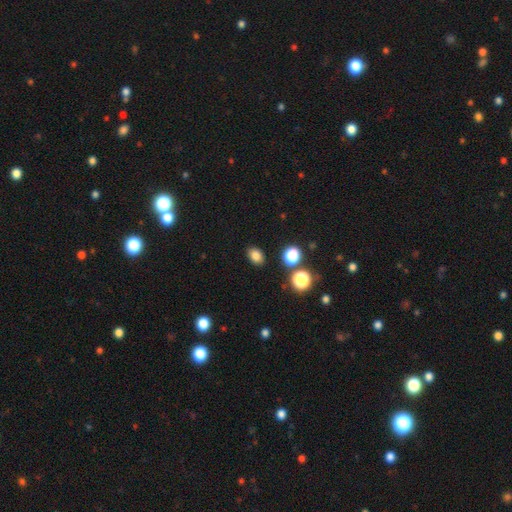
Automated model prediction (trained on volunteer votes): A smooth galaxy with no disk features (81%) that is in between round and cigar-shaped (71%).

Vote fractions:
- Smooth or featured? smooth: 81% / star or artifact: 13% / featured or disk: 5%
- How rounded? in between: 71% / round: 28% / cigar-shaped: 1%
- Merging? none: 86% / minor disturbance: 8% / merger: 3% / major disturbance: 2%